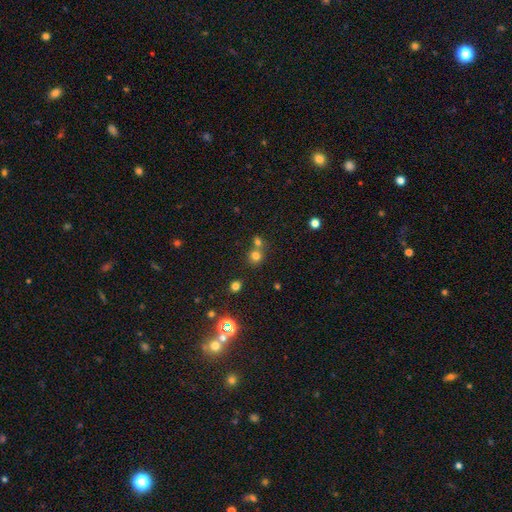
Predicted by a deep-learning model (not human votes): smooth_or_featured: smooth (p=0.73) [alt: star or artifact p=0.19]
how_rounded: round (p=0.87) [alt: in between p=0.12]
merging: none (p=0.56) [alt: merger p=0.35]